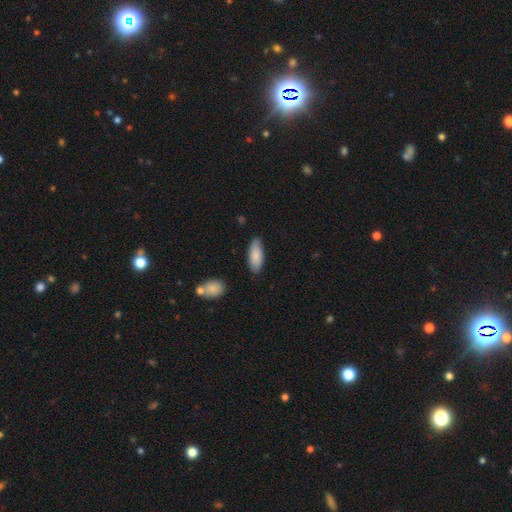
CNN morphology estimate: A smooth galaxy with no disk features (83%) that is in between round and cigar-shaped (81%).

Vote fractions:
- Smooth or featured? smooth: 83% / featured or disk: 11% / star or artifact: 6%
- How rounded? in between: 81% / cigar-shaped: 18% / round: 2%
- Merging? none: 80% / minor disturbance: 16% / major disturbance: 3% / merger: 2%